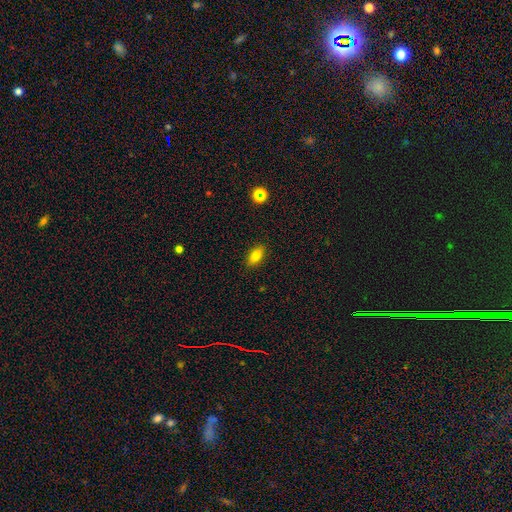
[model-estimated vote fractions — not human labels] smooth-or-featured: smooth: 82% | star or artifact: 10% | featured or disk: 8%
  how-rounded: in between: 87% | cigar-shaped: 7% | round: 6%
  merging: none: 89% | minor disturbance: 8% | major disturbance: 2% | merger: 1%